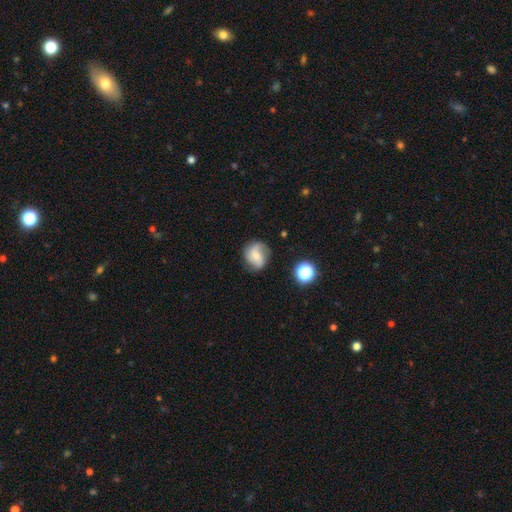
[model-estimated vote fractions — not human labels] Smooth or featured: featured or disk — 49% (smooth — 41%)
Merging: none — 67% (minor disturbance — 21%)